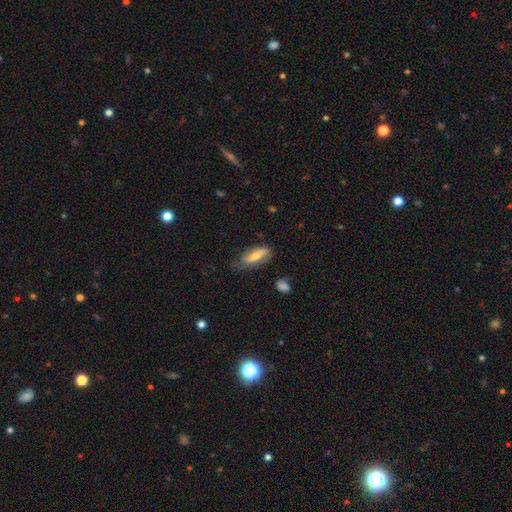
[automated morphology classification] A featured or disk galaxy (53%). Merging: none (63%).